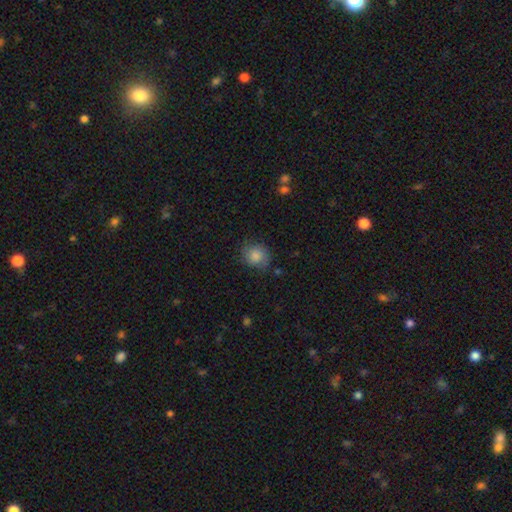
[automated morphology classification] Smooth or featured: smooth — 74% (featured or disk — 17%)
How rounded: round — 80% (in between — 19%)
Merging: none — 70% (minor disturbance — 21%)